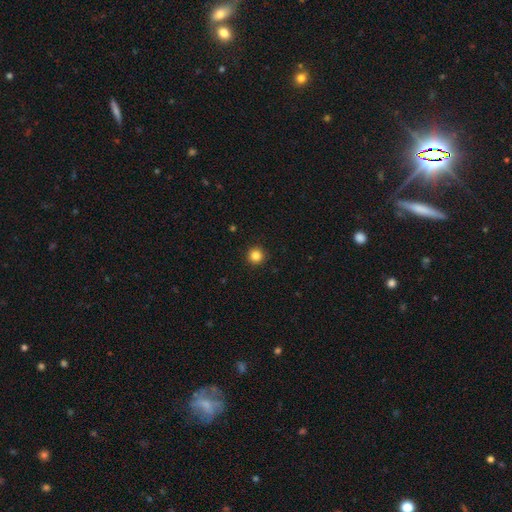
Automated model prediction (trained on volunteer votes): Smooth or featured? Predicted: smooth (p=0.84). How rounded? Predicted: round (p=0.96). Merging? Predicted: none (p=0.93).